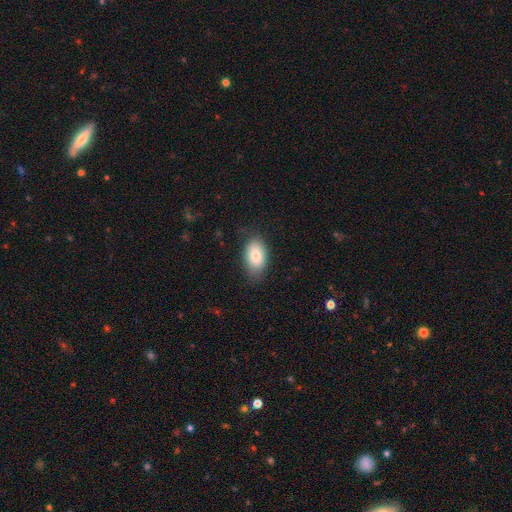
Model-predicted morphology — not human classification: Smooth or featured? Predicted: smooth (p=0.80). How rounded? Predicted: in between (p=0.91). Merging? Predicted: none (p=0.77).